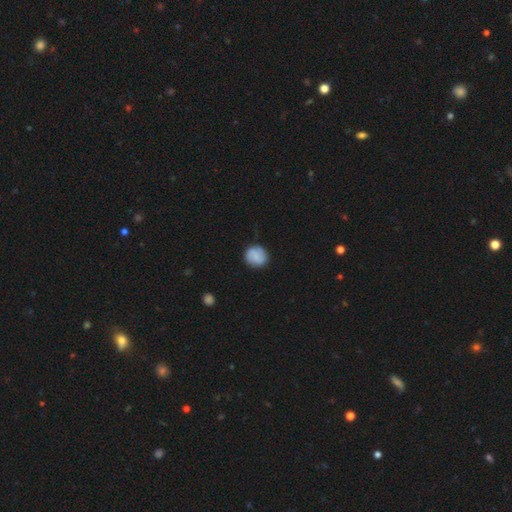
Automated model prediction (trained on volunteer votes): smooth 79%, featured or disk 13%, star or artifact 8%. Down the decision tree: how rounded — round (83%); merging — none (83%).